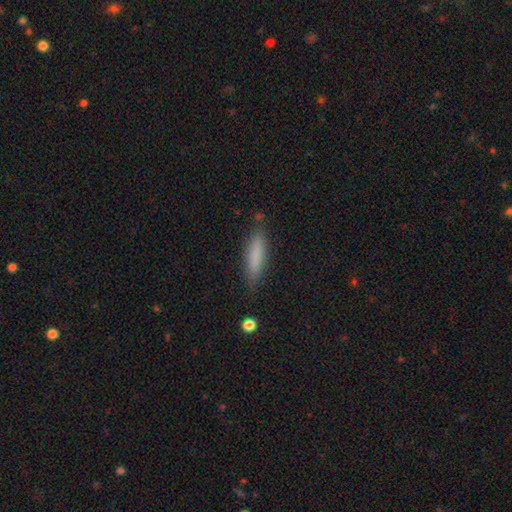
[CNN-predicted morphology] smooth-or-featured: smooth: 80% | featured or disk: 13% | star or artifact: 7%
  how-rounded: cigar-shaped: 78% | in between: 21% | round: 1%
  merging: none: 84% | minor disturbance: 12% | major disturbance: 2% | merger: 2%